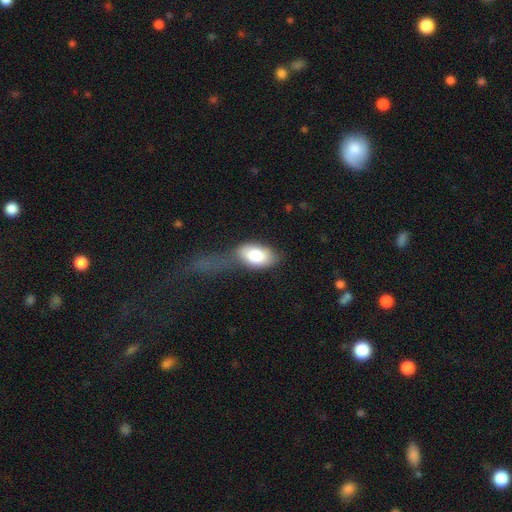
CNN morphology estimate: smooth-or-featured: smooth: 81% | featured or disk: 13% | star or artifact: 6%
  how-rounded: in between: 91% | round: 7% | cigar-shaped: 2%
  merging: major disturbance: 36% | none: 28% | minor disturbance: 27% | merger: 10%